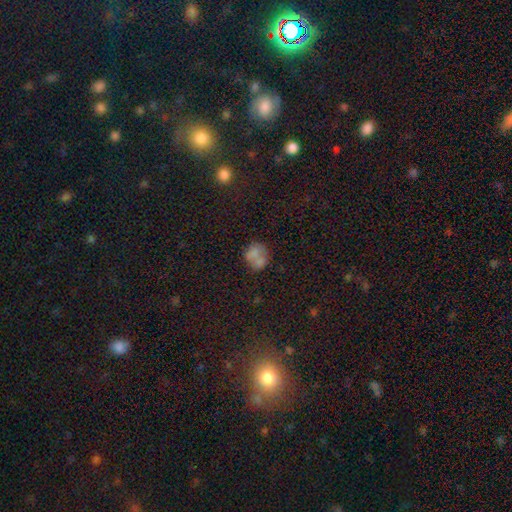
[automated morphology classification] Smooth or featured? Predicted: smooth (p=0.65). How rounded? Predicted: round (p=0.67). Merging? Predicted: none (p=0.40).